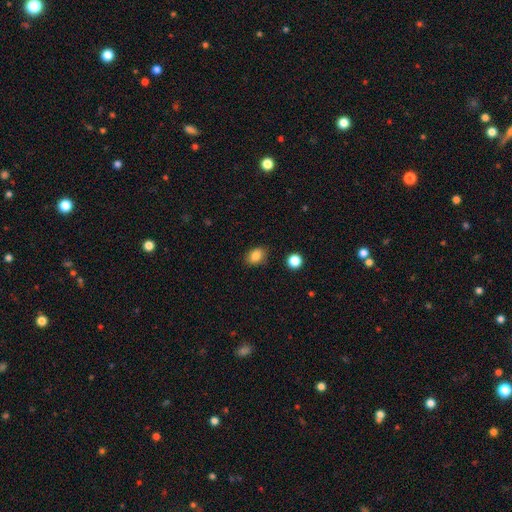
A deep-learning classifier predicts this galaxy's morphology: Smooth or featured: smooth — 84% (star or artifact — 10%)
How rounded: in between — 66% (round — 32%)
Merging: none — 84% (minor disturbance — 11%)